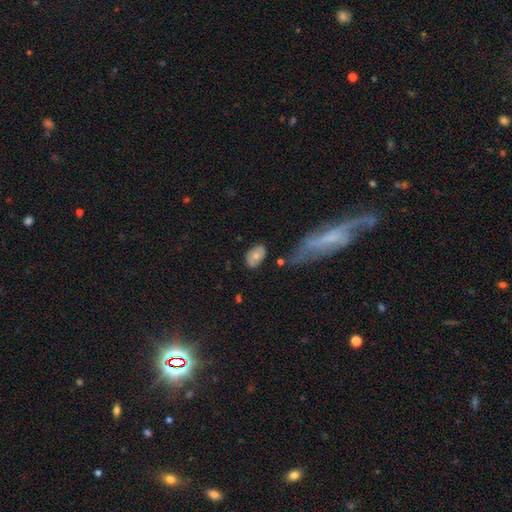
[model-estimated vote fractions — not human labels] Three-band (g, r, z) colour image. It shows a smooth galaxy with no disk features (65%) that is in between round and cigar-shaped (86%). Merging: none (69%).